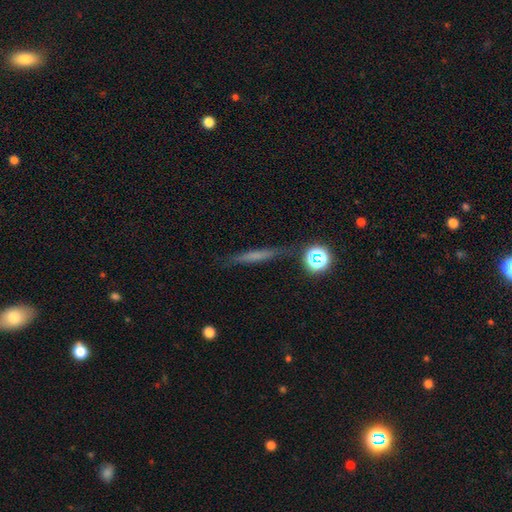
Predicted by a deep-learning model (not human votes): Smooth or featured: smooth — 52% (featured or disk — 33%)
How rounded: cigar-shaped — 87% (in between — 7%)
Merging: none — 83% (minor disturbance — 11%)